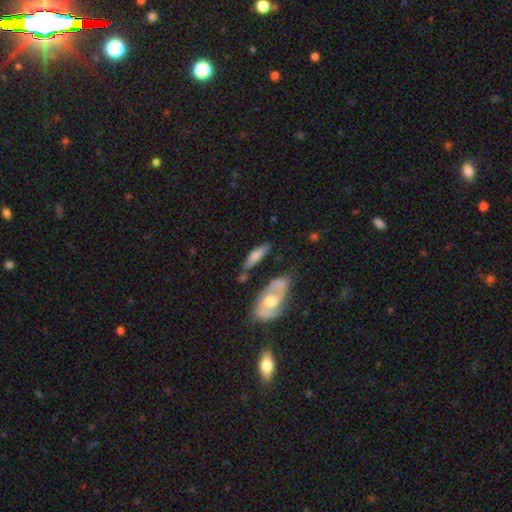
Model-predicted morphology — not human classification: Smooth or featured? smooth (64%)
How rounded? cigar-shaped (51%)
Merging? none (58%)